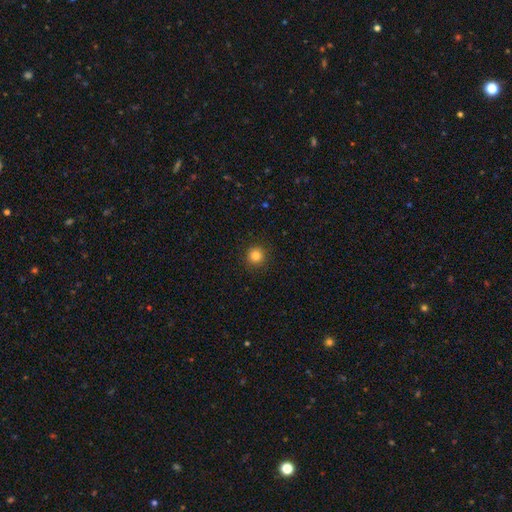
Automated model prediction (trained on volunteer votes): Q: Smooth or featured?
A: smooth (83%); runner-up: star or artifact (12%)
Q: How rounded?
A: round (95%); runner-up: in between (4%)
Q: Merging?
A: none (92%); runner-up: minor disturbance (5%)